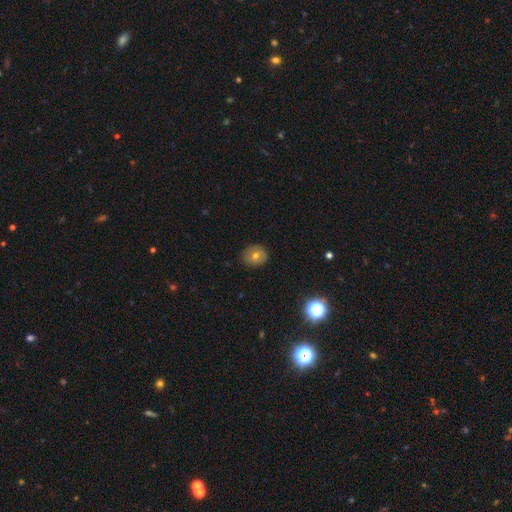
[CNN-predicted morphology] Q: Smooth or featured?
A: smooth (66%); runner-up: featured or disk (22%)
Q: How rounded?
A: round (78%); runner-up: in between (21%)
Q: Merging?
A: none (85%); runner-up: minor disturbance (12%)